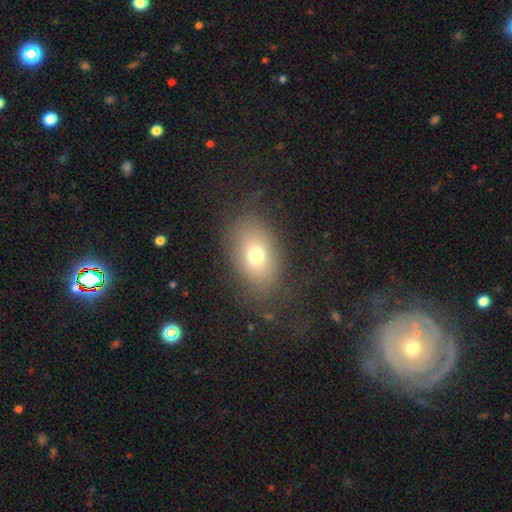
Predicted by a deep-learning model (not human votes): The model was most divided on "smooth or featured": smooth: 70%, featured or disk: 18%, star or artifact: 12%. More confident: how rounded — in between (79%); merging — none (70%).